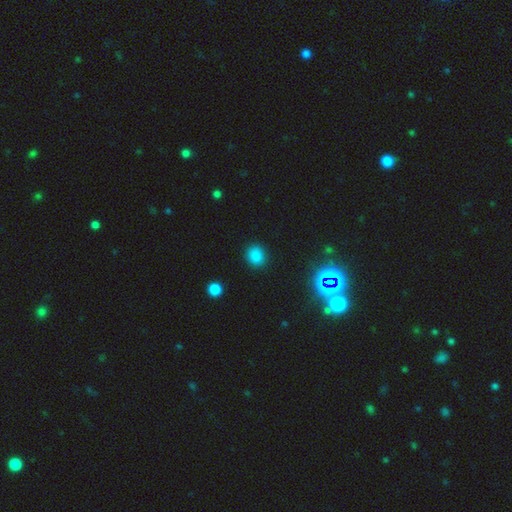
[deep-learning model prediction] Smooth or featured? smooth (79%)
How rounded? round (71%)
Merging? none (88%)